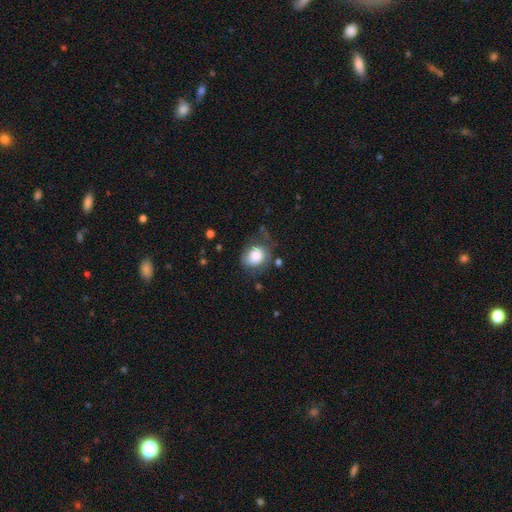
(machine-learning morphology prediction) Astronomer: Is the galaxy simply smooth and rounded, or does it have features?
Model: smooth — 72%.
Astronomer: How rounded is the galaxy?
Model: round — 58% (runner-up: in between, 41%).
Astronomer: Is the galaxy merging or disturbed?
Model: none — 55%.